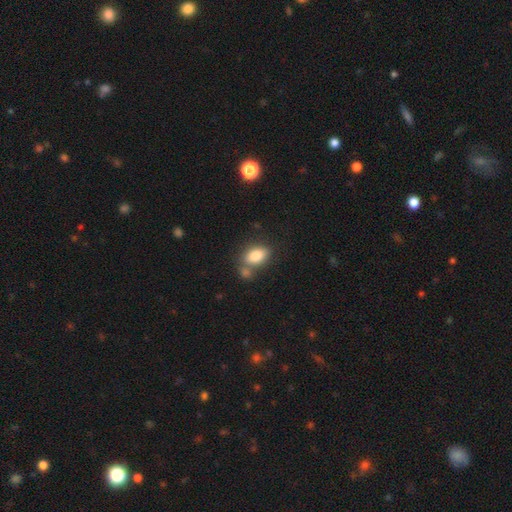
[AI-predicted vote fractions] Q: Smooth or featured?
A: smooth (83%); runner-up: featured or disk (9%)
Q: How rounded?
A: in between (86%); runner-up: round (11%)
Q: Merging?
A: none (58%); runner-up: merger (24%)